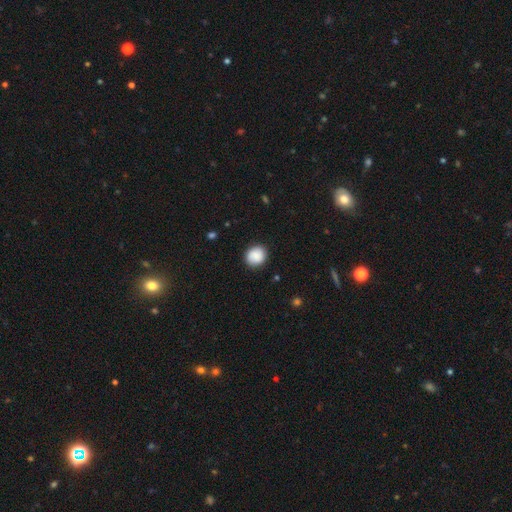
This is clearly a smooth galaxy (82%). How rounded: clearly round (87%). Merging: clearly none (86%).